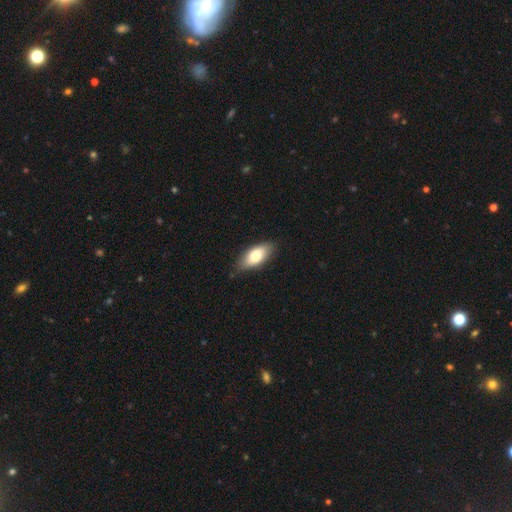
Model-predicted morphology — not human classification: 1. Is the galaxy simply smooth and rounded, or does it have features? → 75% smooth, 19% featured or disk, 6% star or artifact.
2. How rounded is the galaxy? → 88% in between, 9% cigar-shaped, 3% round.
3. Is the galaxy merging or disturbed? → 79% none, 17% minor disturbance, 3% major disturbance, 1% merger.